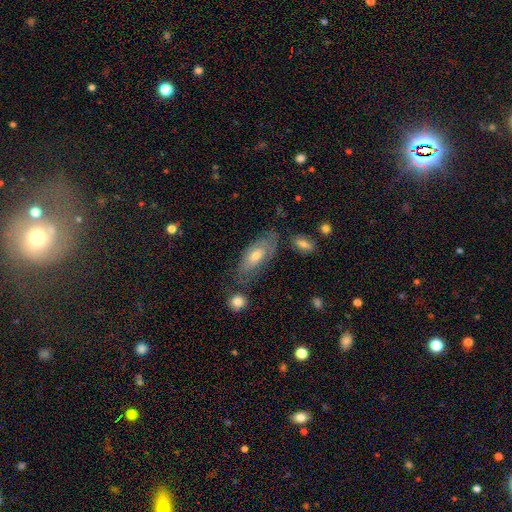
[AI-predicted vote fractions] This appears to be a smooth galaxy with no disk features (50%) that is in between round and cigar-shaped (82%). Merging: none (67%).